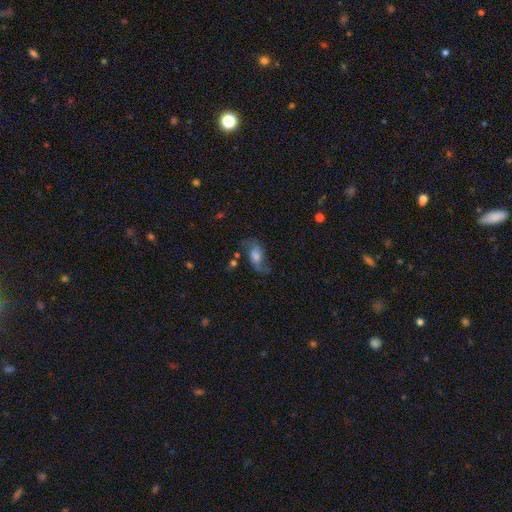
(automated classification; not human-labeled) Morphology: type=featured or disk (67%); edge-on=no (93%); bar=no (53%); spiral arms=yes (90%); winding=loose (64%); arm count=2 (88%); bulge=large (36%); merging=none (62%).